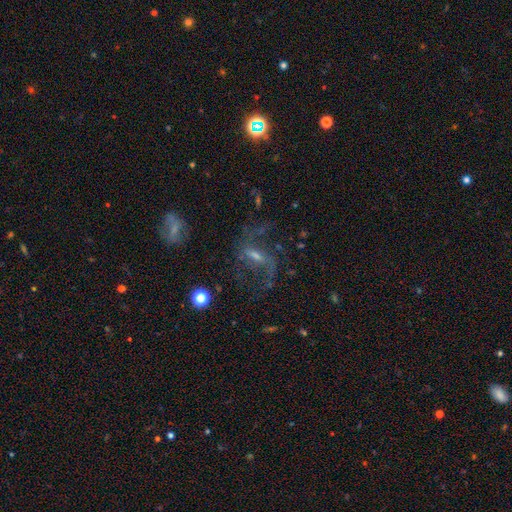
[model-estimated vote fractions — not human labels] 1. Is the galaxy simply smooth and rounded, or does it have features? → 75% featured or disk, 14% star or artifact, 11% smooth.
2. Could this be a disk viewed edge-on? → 93% no, 7% yes.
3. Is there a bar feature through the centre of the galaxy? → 46% weak, 34% strong, 19% no.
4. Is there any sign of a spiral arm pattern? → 88% yes, 12% no.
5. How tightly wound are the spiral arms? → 64% loose, 29% medium, 7% tight.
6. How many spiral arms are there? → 75% 2, 10% can't tell, 6% 1, 5% 3, 2% 4, 2% more than 4.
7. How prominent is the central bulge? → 44% small, 37% moderate, 13% none, 4% large, 1% dominant.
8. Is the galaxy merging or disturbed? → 57% none, 25% major disturbance, 15% minor disturbance, 3% merger.